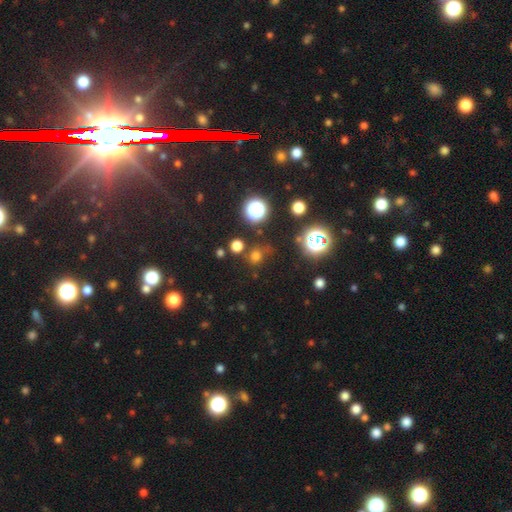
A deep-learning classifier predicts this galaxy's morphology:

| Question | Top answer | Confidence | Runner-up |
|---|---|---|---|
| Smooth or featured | smooth | 61% | star or artifact (32%) |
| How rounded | round | 84% | in between (15%) |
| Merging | none | 73% | minor disturbance (13%) |